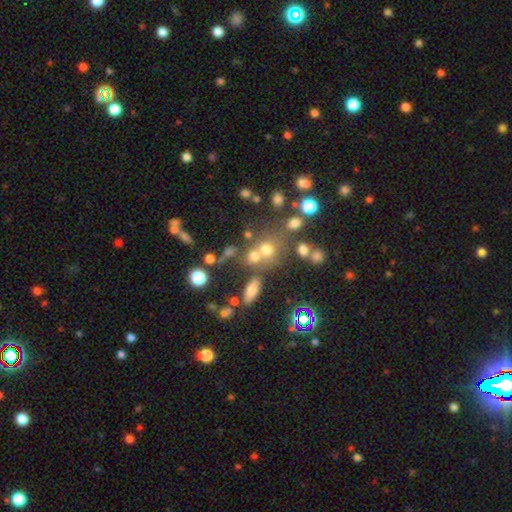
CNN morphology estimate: Q: Smooth or featured?
A: smooth (57%); runner-up: star or artifact (26%)
Q: How rounded?
A: round (72%); runner-up: in between (26%)
Q: Merging?
A: none (50%); runner-up: merger (33%)